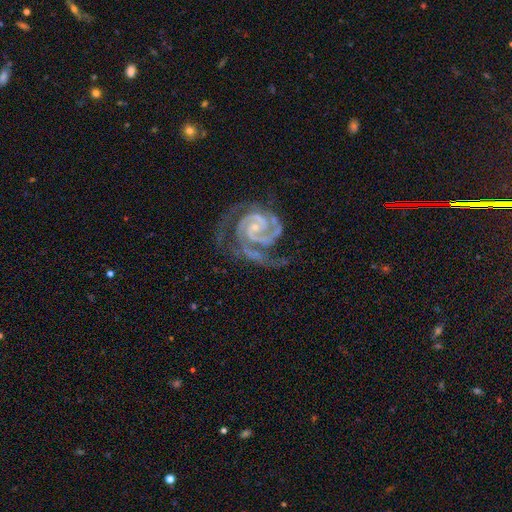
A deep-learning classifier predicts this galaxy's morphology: This is clearly a featured or disk galaxy (93%). It is clearly not viewed edge-on (98%). Bar: possibly no (52%). Spiral arm pattern: clearly yes (99%). Spiral arm count: likely 2 (67%). Spiral winding: likely tight (66%). Central bulge: likely small (77%). Merging: likely none (62%).